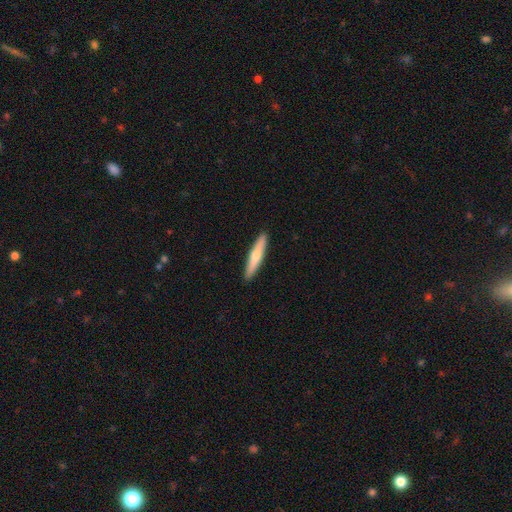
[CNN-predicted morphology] smooth 56%, featured or disk 39%, star or artifact 5%. Down the decision tree: how rounded — cigar-shaped (90%); merging — none (92%).